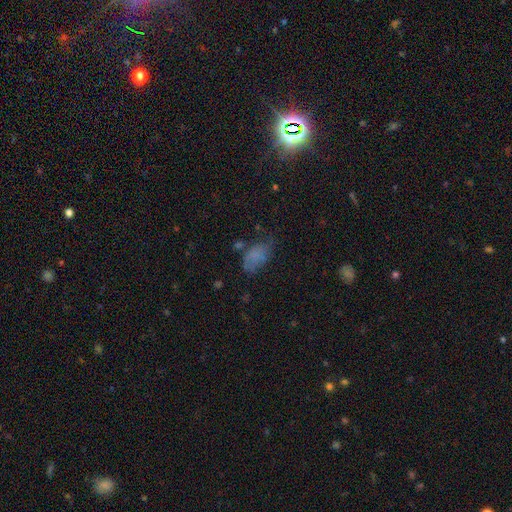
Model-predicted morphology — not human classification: This appears to be a smooth galaxy with no disk features (63%) that is in between round and cigar-shaped (90%). Merging: none (40%).